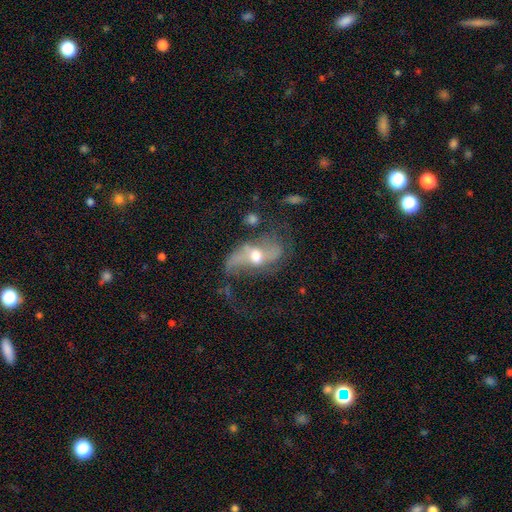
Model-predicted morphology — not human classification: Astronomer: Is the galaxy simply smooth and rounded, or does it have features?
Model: featured or disk — 75%.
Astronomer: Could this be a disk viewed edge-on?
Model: no — 92%.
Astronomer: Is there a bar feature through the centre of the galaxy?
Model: no — 47% (runner-up: weak, 36%).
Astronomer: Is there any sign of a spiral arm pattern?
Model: yes — 80%.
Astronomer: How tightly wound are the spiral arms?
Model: loose — 74%.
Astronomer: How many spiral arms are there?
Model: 2 — 77%.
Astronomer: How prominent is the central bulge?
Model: moderate — 71%.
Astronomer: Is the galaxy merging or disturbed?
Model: none — 40% (runner-up: major disturbance, 33%).